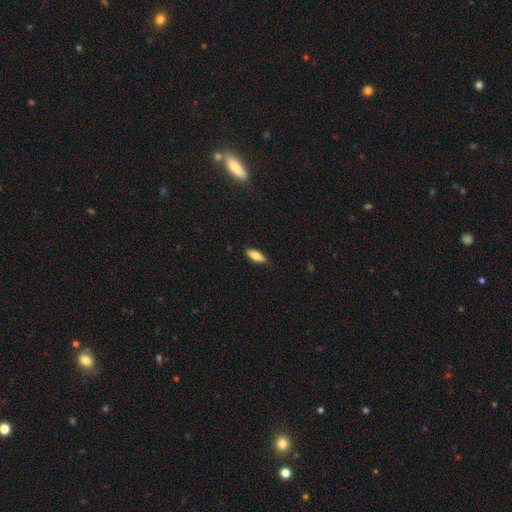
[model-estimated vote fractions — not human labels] Smooth or featured? Predicted: smooth (p=0.76). How rounded? Predicted: in between (p=0.67). Merging? Predicted: none (p=0.86).